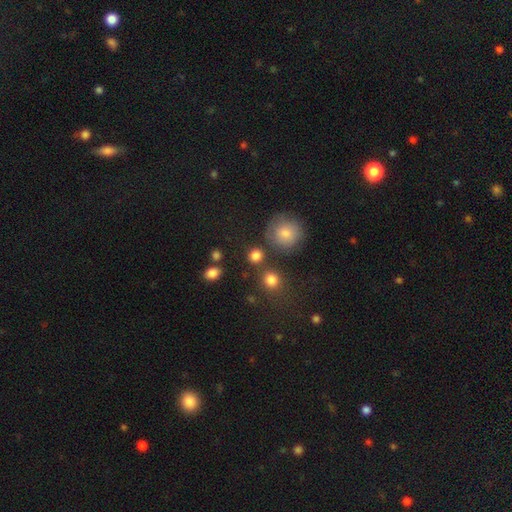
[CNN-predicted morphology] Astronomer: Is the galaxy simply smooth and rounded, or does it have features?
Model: smooth — 83%.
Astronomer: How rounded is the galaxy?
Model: round — 86%.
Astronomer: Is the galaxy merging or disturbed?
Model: none — 77%.